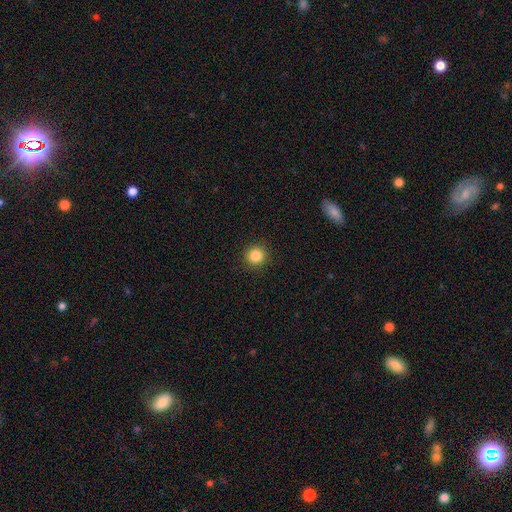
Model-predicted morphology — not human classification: This appears to be a smooth galaxy with no disk features (85%) that is round (94%). Merging: none (92%).